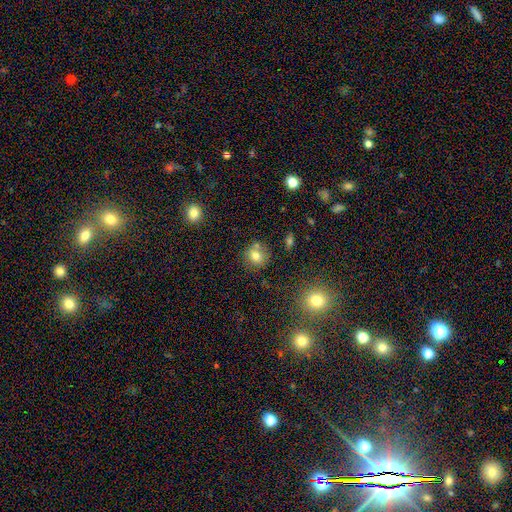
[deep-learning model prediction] This is likely a smooth galaxy (75%). How rounded: clearly round (84%). Merging: likely none (71%).